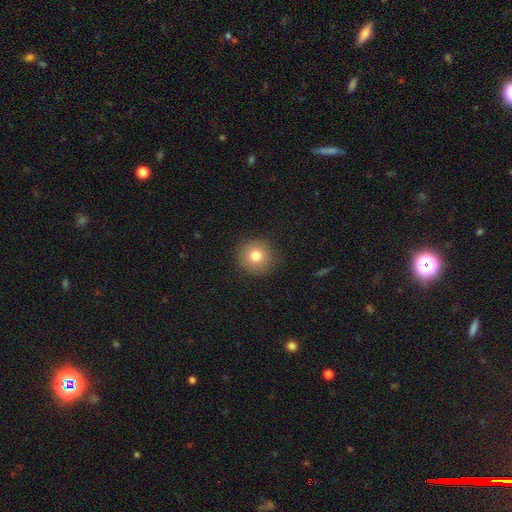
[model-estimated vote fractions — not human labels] This appears to be a smooth galaxy with no disk features (77%) that is round (93%). Merging: none (89%).